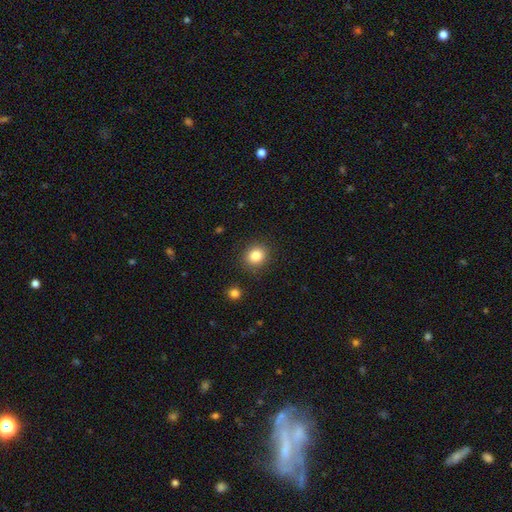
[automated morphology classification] A smooth galaxy with no disk features (83%) that is round (80%).

Vote fractions:
- Smooth or featured? smooth: 83% / star or artifact: 11% / featured or disk: 6%
- How rounded? round: 80% / in between: 19% / cigar-shaped: 1%
- Merging? none: 89% / minor disturbance: 7% / major disturbance: 2% / merger: 2%